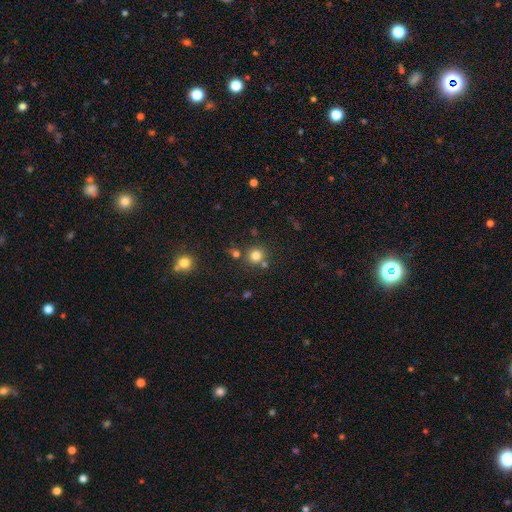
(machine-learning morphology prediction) Smooth or featured?
  - smooth: 78% *
  - star or artifact: 15%
  - featured or disk: 7%
How rounded?
  - round: 92% *
  - in between: 7%
  - cigar-shaped: 1%
Merging?
  - none: 77% *
  - merger: 12%
  - minor disturbance: 8%
  - major disturbance: 3%